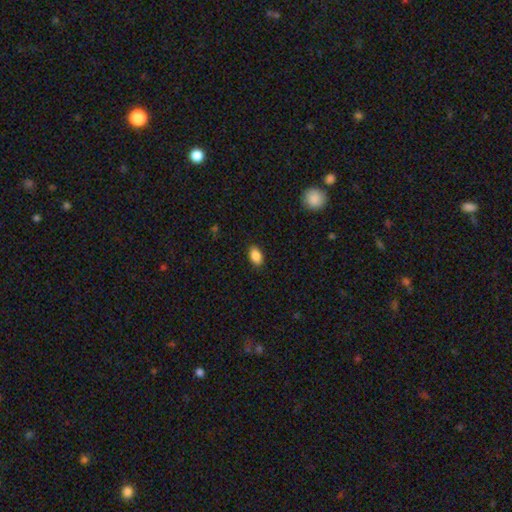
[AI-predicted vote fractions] Smooth or featured? smooth (88%)
How rounded? in between (91%)
Merging? none (88%)